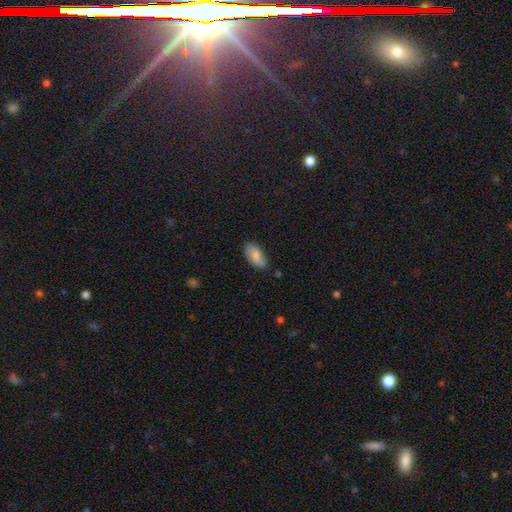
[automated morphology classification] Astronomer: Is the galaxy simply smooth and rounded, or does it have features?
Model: smooth — 75%.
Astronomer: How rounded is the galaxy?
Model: in between — 93%.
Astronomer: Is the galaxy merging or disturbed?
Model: none — 76%.